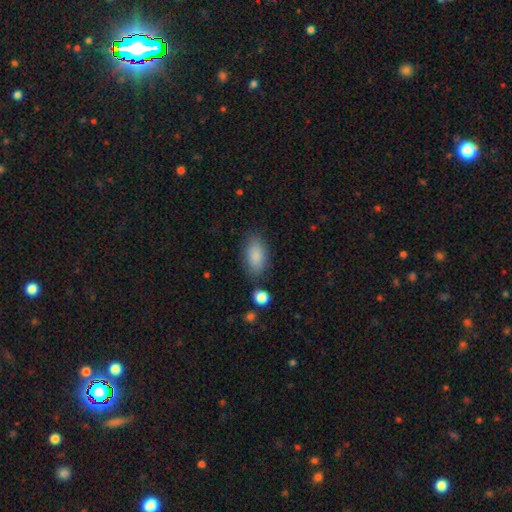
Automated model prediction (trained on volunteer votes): Overall: smooth (87%). How rounded: in between (92%). Merging: none (79%).